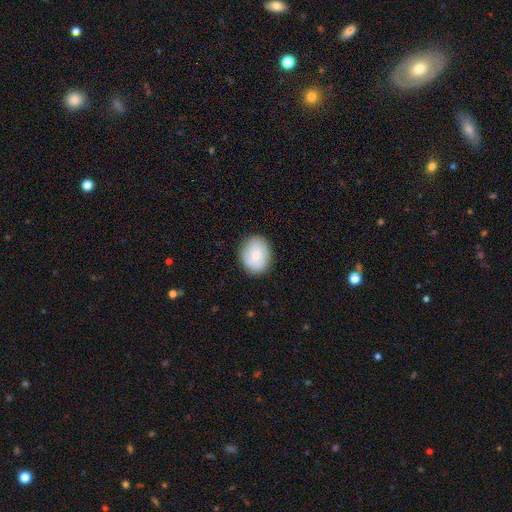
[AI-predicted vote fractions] Morphology: type=smooth (72%); roundness=round (55%); merging=none (86%).